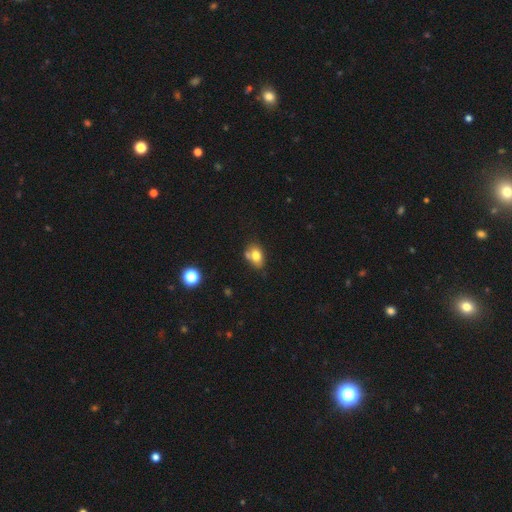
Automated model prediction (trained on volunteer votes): Smooth or featured: smooth — 76% (featured or disk — 13%)
How rounded: in between — 76% (round — 22%)
Merging: none — 55% (merger — 20%)